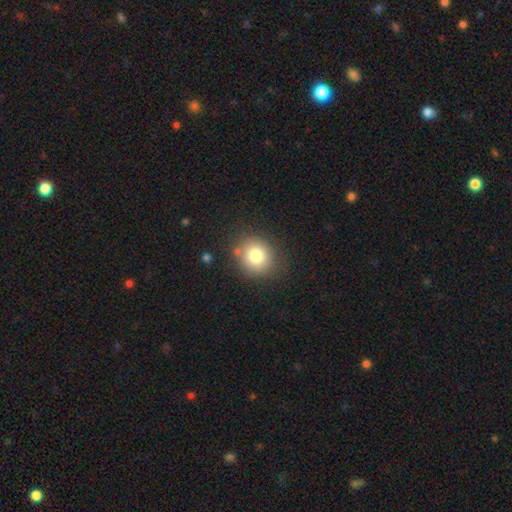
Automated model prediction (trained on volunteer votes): The model was most divided on "how rounded": round: 79%, in between: 20%, cigar-shaped: 1%. More confident: merging — none (80%); smooth or featured — smooth (79%).